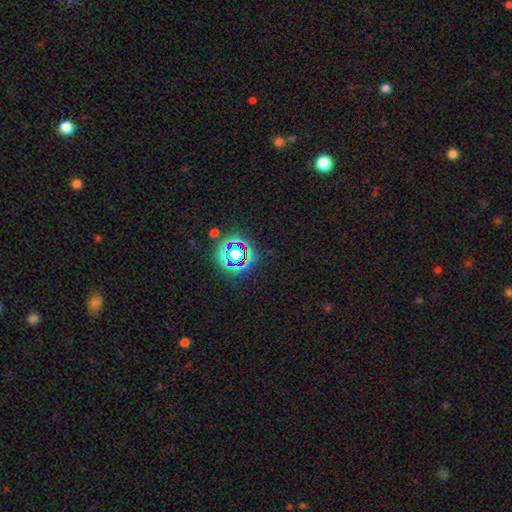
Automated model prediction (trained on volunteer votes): star or artifact 73%, smooth 17%, featured or disk 10%.